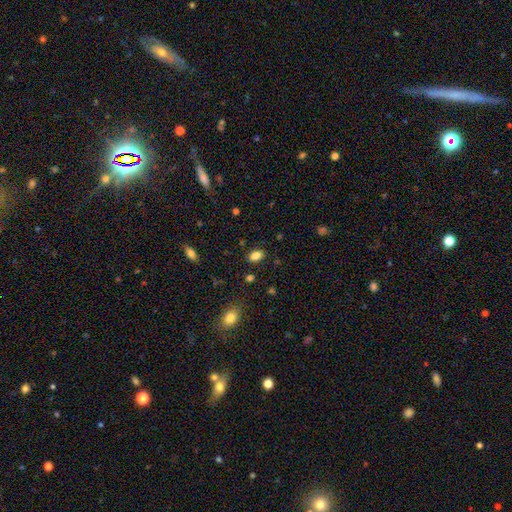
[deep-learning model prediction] A smooth galaxy with no disk features (85%) that is in between round and cigar-shaped (89%).

Vote fractions:
- Smooth or featured? smooth: 85% / star or artifact: 10% / featured or disk: 5%
- How rounded? in between: 89% / round: 9% / cigar-shaped: 2%
- Merging? none: 86% / minor disturbance: 10% / major disturbance: 3% / merger: 2%